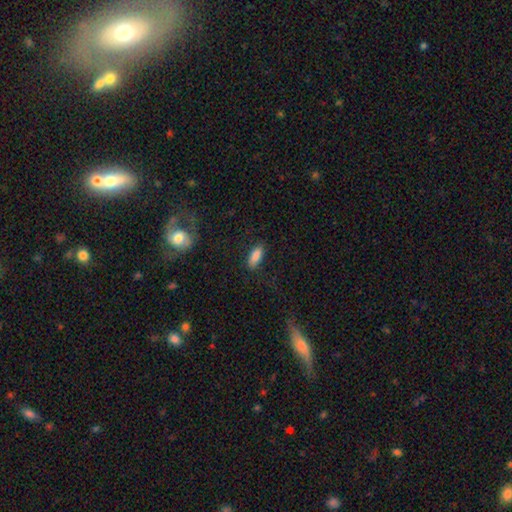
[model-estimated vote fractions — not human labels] Morphology: type=smooth (86%); roundness=in between (80%); merging=none (83%).